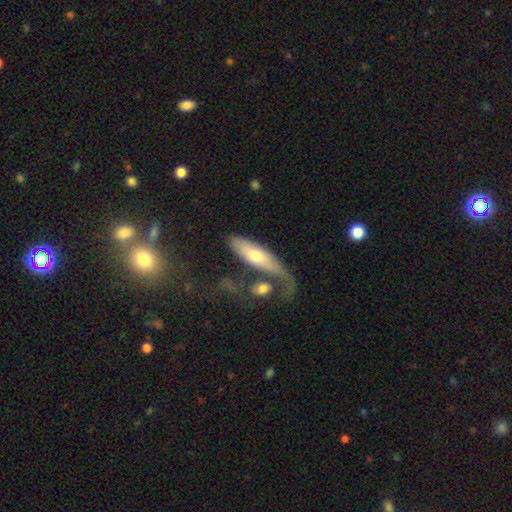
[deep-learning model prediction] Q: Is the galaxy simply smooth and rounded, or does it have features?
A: smooth — 55%.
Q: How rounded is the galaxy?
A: in between — 57%.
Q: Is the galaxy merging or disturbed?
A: none — 34%.